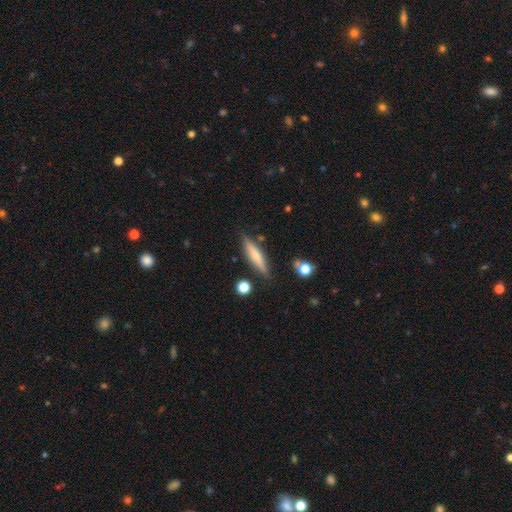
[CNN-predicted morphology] Overall: smooth (47%; featured or disk 46%). Merging: none (83%).